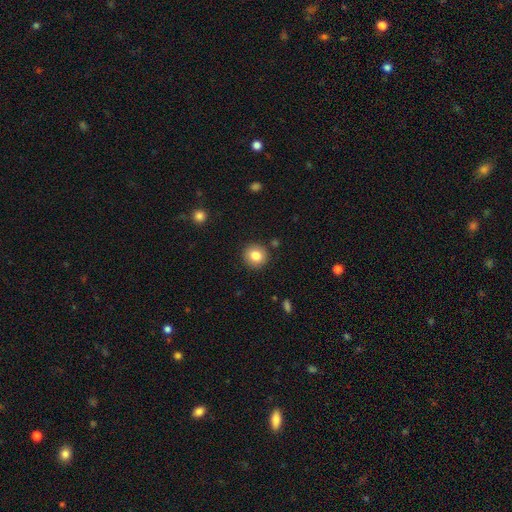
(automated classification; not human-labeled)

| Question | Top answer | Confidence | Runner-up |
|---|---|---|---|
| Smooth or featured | smooth | 83% | star or artifact (9%) |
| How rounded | round | 91% | in between (8%) |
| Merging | none | 89% | minor disturbance (7%) |